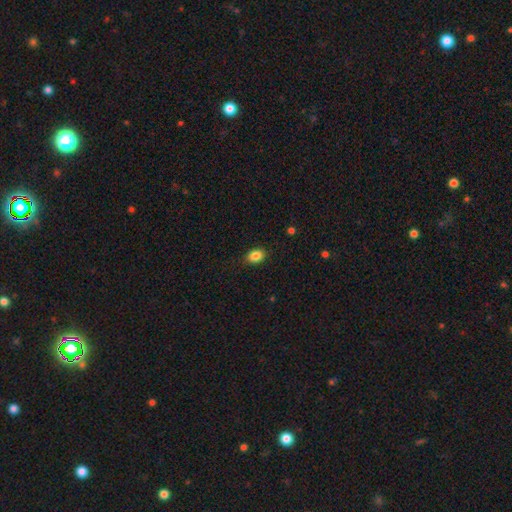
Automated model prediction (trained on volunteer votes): Smooth or featured: smooth — 85% (star or artifact — 9%)
How rounded: in between — 73% (round — 26%)
Merging: none — 86% (minor disturbance — 11%)